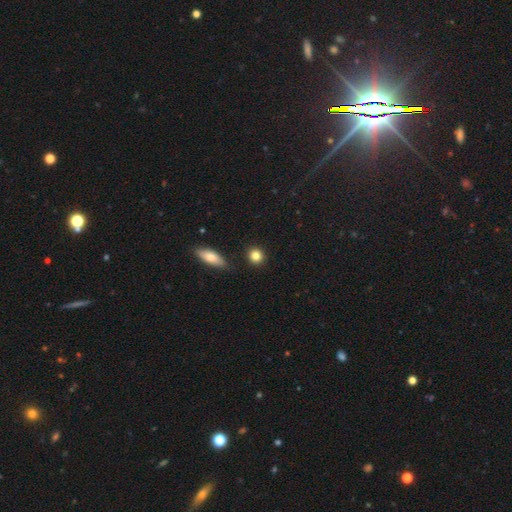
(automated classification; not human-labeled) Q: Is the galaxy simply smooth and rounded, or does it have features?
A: smooth — 84%.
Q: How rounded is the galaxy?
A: round — 85%.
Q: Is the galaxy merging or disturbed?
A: none — 89%.